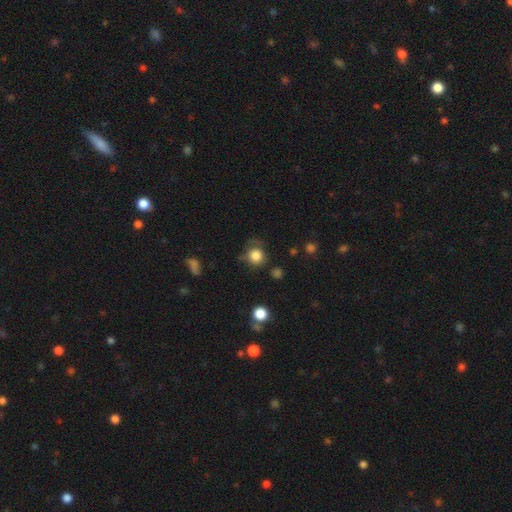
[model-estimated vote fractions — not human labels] smooth_or_featured: smooth (p=0.82) [alt: star or artifact p=0.11]
how_rounded: round (p=0.88) [alt: in between p=0.11]
merging: none (p=0.66) [alt: minor disturbance p=0.22]